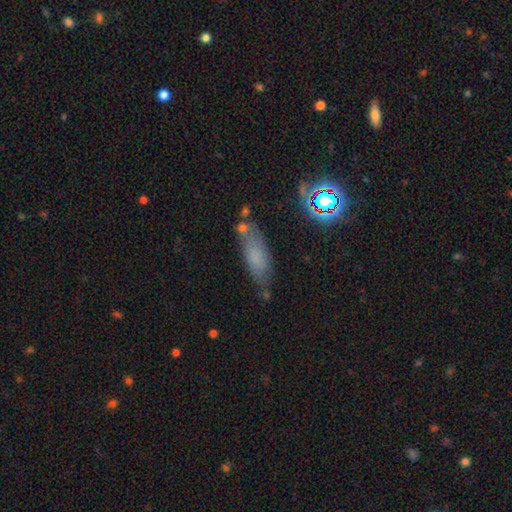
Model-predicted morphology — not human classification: Q: Smooth or featured?
A: smooth (63%); runner-up: featured or disk (20%)
Q: How rounded?
A: in between (60%); runner-up: cigar-shaped (36%)
Q: Merging?
A: none (63%); runner-up: minor disturbance (22%)